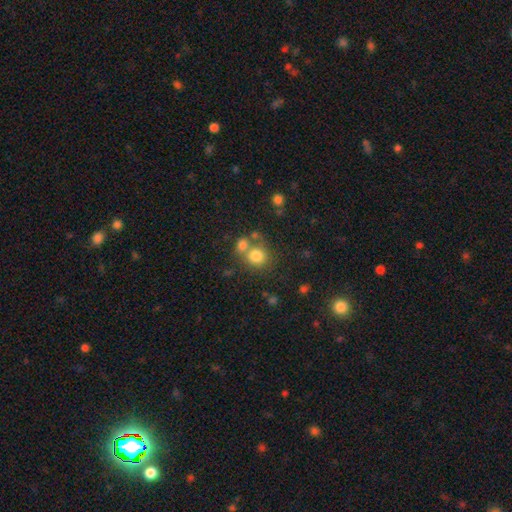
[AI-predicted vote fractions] This appears to be a smooth galaxy with no disk features (78%) that is round (84%). Merging: none (53%).